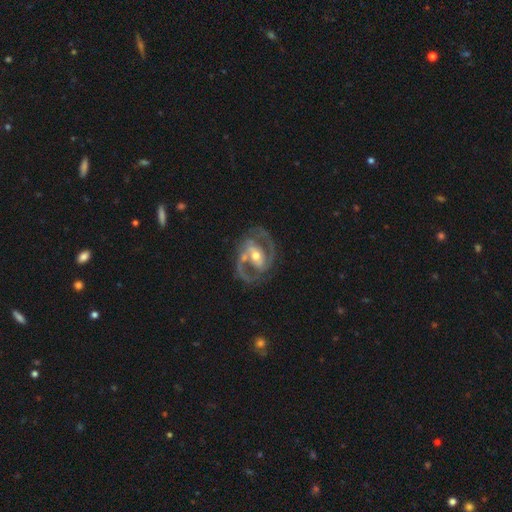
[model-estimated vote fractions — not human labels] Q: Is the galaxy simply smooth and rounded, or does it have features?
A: featured or disk — 89%.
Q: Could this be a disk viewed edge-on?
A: no — 97%.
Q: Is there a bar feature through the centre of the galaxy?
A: strong — 40%.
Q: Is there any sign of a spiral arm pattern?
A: yes — 94%.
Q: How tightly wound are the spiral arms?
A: medium — 58%.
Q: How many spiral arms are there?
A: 2 — 89%.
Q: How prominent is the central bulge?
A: moderate — 66%.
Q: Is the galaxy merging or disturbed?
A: none — 72%.